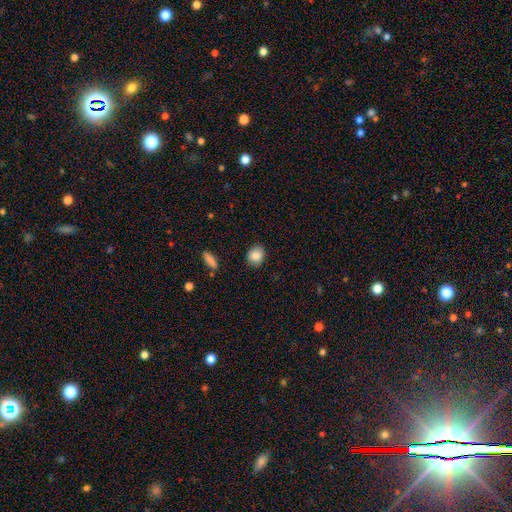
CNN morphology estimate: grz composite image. It shows a smooth galaxy with no disk features (86%) that is round (63%). Merging: none (87%).